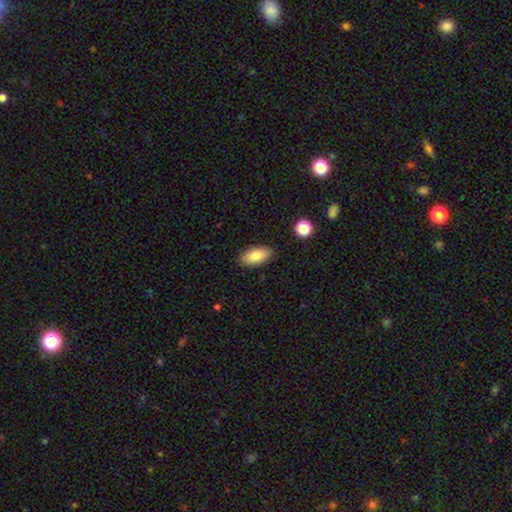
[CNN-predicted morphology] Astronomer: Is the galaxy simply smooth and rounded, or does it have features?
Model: smooth — 82%.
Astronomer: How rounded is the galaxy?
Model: in between — 92%.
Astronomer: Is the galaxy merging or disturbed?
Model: none — 87%.